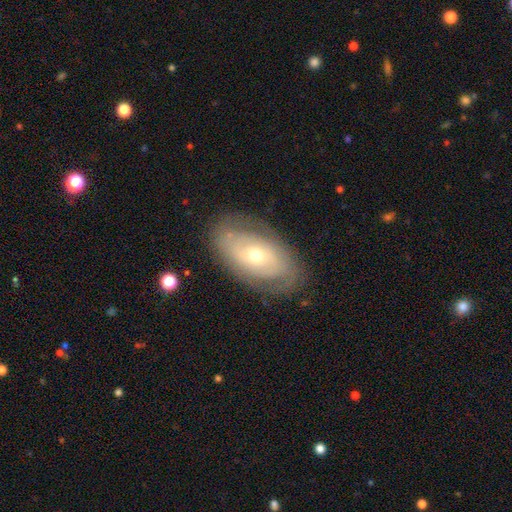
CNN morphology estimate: Smooth or featured? Predicted: featured or disk (p=0.61). Edge-on disk? Predicted: no (p=0.90). Bar? Predicted: no (p=0.77). Spiral arms? Predicted: yes (p=0.56). Bulge size? Predicted: moderate (p=0.54). Merging? Predicted: none (p=0.77).